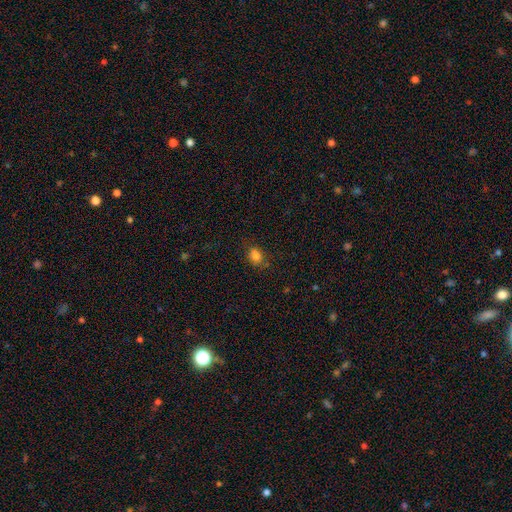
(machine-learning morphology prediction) Q: Smooth or featured?
A: smooth (81%); runner-up: star or artifact (13%)
Q: How rounded?
A: in between (60%); runner-up: round (39%)
Q: Merging?
A: none (72%); runner-up: minor disturbance (20%)